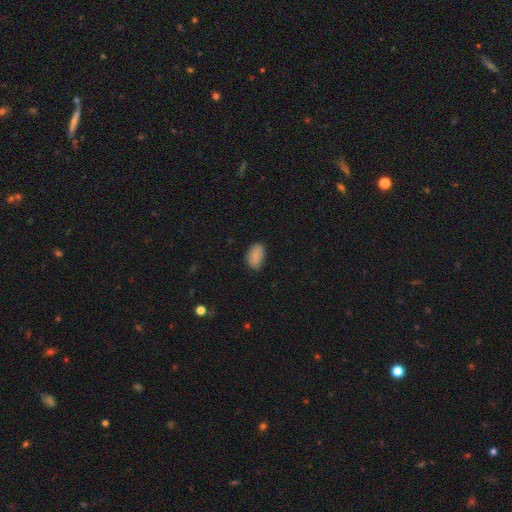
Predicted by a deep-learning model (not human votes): smooth_or_featured: smooth (p=0.82) [alt: featured or disk p=0.10]
how_rounded: in between (p=0.91) [alt: round p=0.08]
merging: none (p=0.74) [alt: minor disturbance p=0.21]